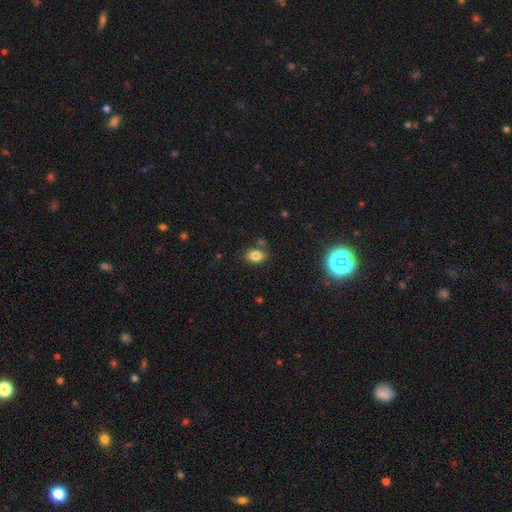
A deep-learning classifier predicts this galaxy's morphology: Smooth or featured?
  - smooth: 82% *
  - star or artifact: 11%
  - featured or disk: 7%
How rounded?
  - in between: 86% *
  - round: 12%
  - cigar-shaped: 2%
Merging?
  - none: 75% *
  - minor disturbance: 13%
  - merger: 8%
  - major disturbance: 3%